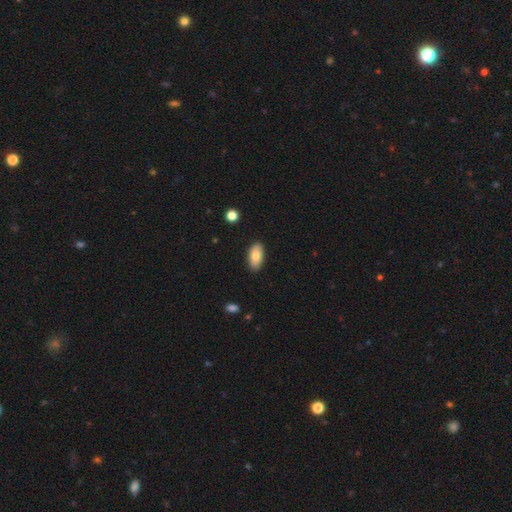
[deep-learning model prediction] Smooth or featured?
  - smooth: 84% *
  - featured or disk: 10%
  - star or artifact: 6%
How rounded?
  - in between: 92% *
  - cigar-shaped: 5%
  - round: 2%
Merging?
  - none: 87% *
  - minor disturbance: 10%
  - major disturbance: 2%
  - merger: 1%